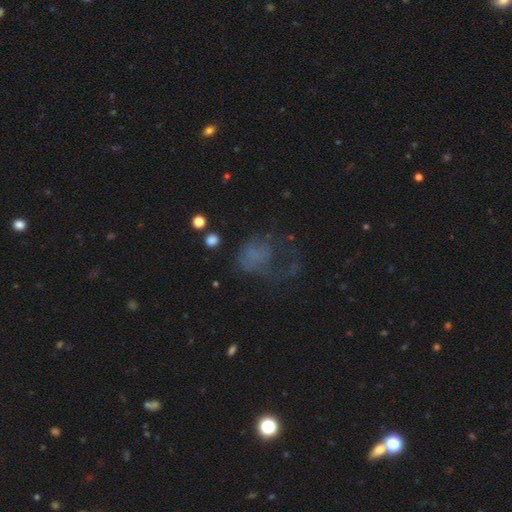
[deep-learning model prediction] Smooth or featured? smooth (46%)
Merging? major disturbance (51%)